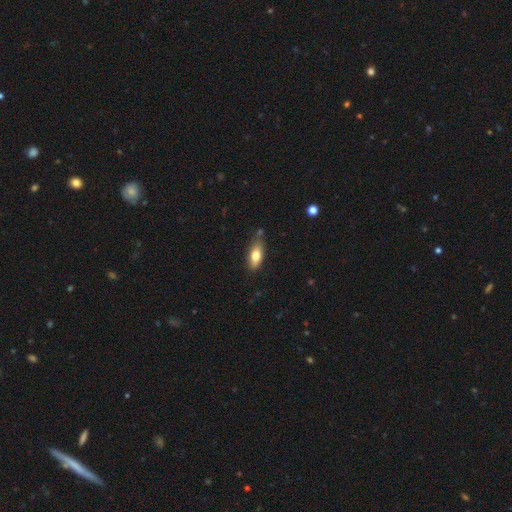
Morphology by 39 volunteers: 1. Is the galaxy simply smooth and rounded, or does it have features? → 62% smooth, 36% featured or disk, 3% star or artifact.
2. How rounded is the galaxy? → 79% in between, 21% cigar-shaped, 0% round.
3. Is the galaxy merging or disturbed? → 74% none, 24% minor disturbance, 3% merger, 0% major disturbance.